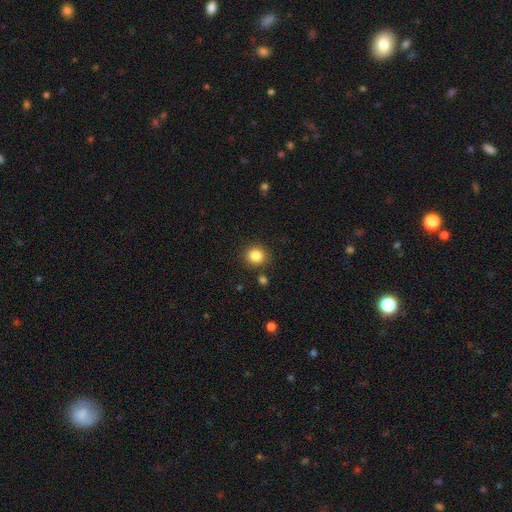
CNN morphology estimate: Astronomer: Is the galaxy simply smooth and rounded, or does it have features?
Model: smooth — 85%.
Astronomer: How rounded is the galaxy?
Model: round — 86%.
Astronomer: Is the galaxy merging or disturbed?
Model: none — 87%.